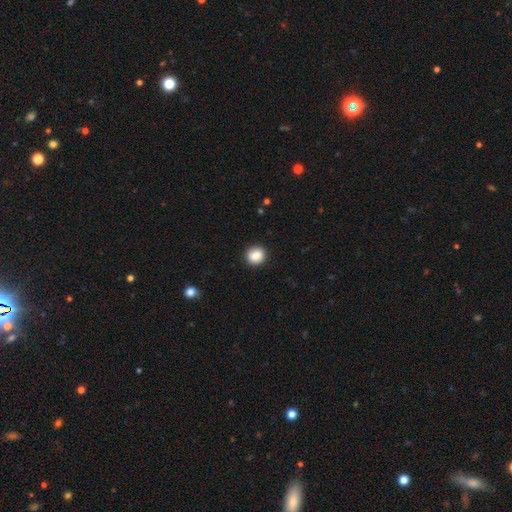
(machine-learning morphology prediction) This appears to be a smooth galaxy with no disk features (86%) that is round (85%). Merging: none (90%).